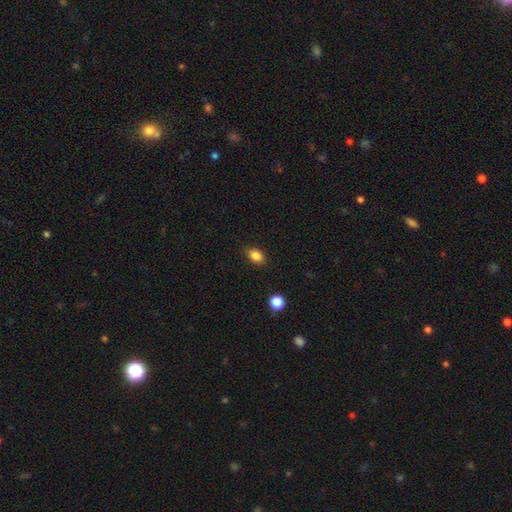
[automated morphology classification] A smooth galaxy with no disk features (85%) that is in between round and cigar-shaped (76%).

Vote fractions:
- Smooth or featured? smooth: 85% / star or artifact: 10% / featured or disk: 5%
- How rounded? in between: 76% / round: 22% / cigar-shaped: 2%
- Merging? none: 86% / minor disturbance: 10% / major disturbance: 2% / merger: 1%